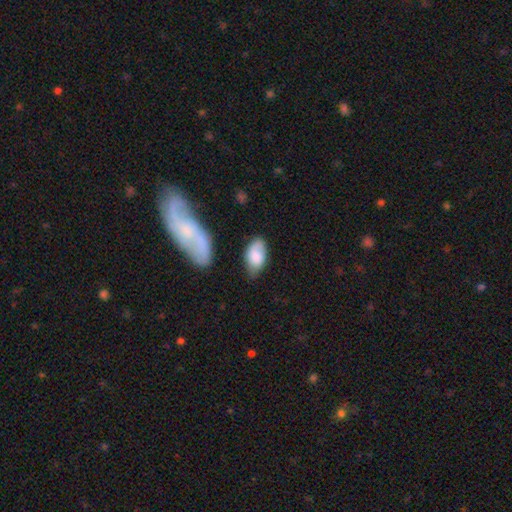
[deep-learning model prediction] Overall: smooth (79%). How rounded: in between (93%). Merging: none (55%; minor disturbance 31%).